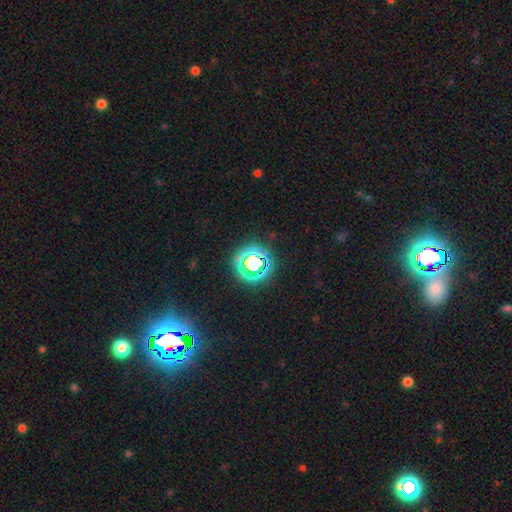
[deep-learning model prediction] A star or artifact, not a galaxy (73%).

Vote fractions:
- Smooth or featured? star or artifact: 73% / smooth: 18% / featured or disk: 9%